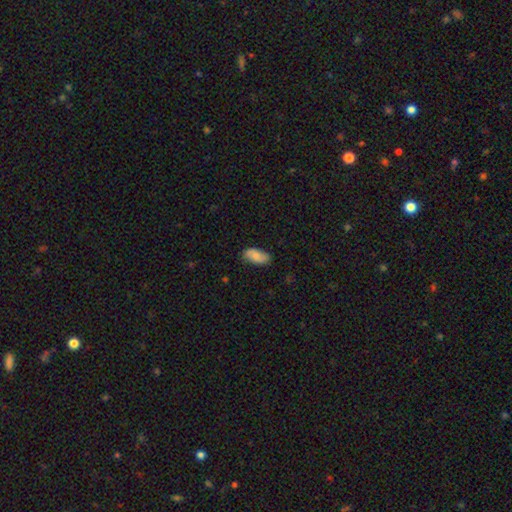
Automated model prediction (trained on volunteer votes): smooth_or_featured: smooth (p=0.79) [alt: featured or disk p=0.14]
how_rounded: in between (p=0.92) [alt: cigar-shaped p=0.05]
merging: none (p=0.78) [alt: minor disturbance p=0.17]